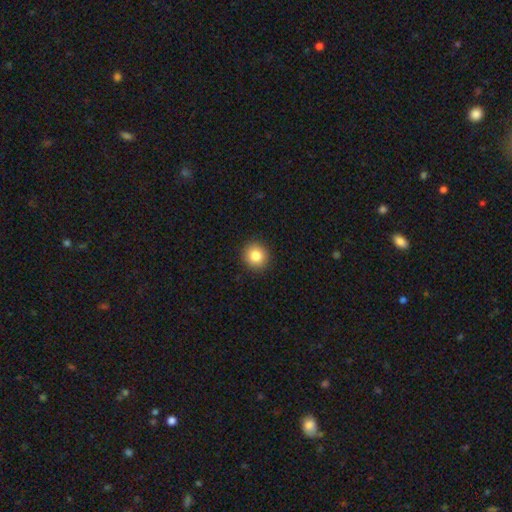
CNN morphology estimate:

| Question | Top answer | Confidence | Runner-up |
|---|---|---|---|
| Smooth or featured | smooth | 84% | star or artifact (10%) |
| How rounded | round | 90% | in between (9%) |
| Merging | none | 92% | minor disturbance (6%) |